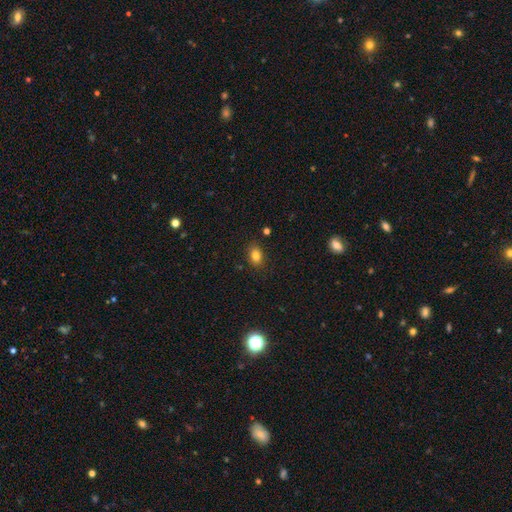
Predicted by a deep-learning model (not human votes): smooth 82%, star or artifact 11%, featured or disk 7%. Down the decision tree: how rounded — in between (73%); merging — none (85%).